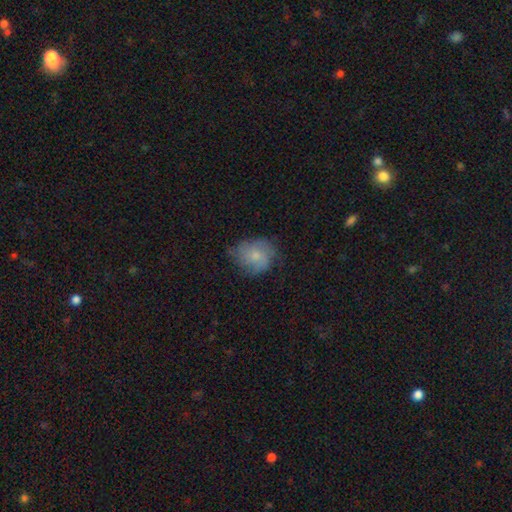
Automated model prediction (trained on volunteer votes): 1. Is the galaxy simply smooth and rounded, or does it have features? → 56% smooth, 36% featured or disk, 8% star or artifact.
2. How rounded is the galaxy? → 63% round, 36% in between, 1% cigar-shaped.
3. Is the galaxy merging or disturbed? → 60% none, 28% minor disturbance, 10% major disturbance, 1% merger.